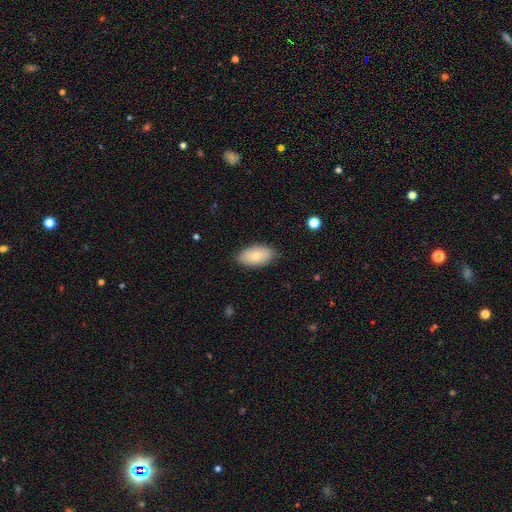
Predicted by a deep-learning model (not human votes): Smooth or featured: smooth — 75% (featured or disk — 18%)
How rounded: in between — 94% (round — 4%)
Merging: none — 81% (minor disturbance — 15%)